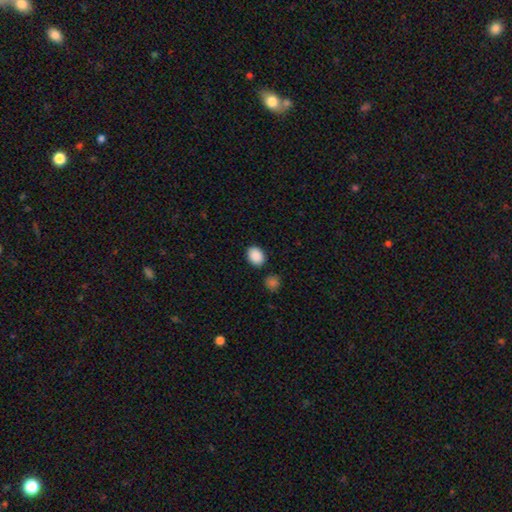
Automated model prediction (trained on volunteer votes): Smooth or featured?
  - smooth: 90% *
  - star or artifact: 8%
  - featured or disk: 3%
How rounded?
  - in between: 73% *
  - round: 26%
  - cigar-shaped: 1%
Merging?
  - none: 85% *
  - minor disturbance: 9%
  - merger: 4%
  - major disturbance: 2%